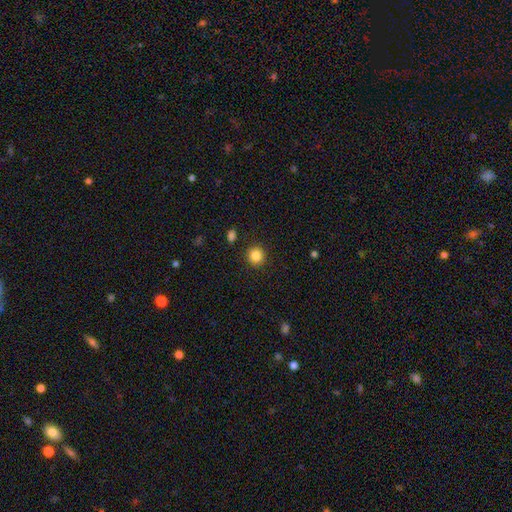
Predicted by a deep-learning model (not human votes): smooth 86%, star or artifact 10%, featured or disk 4%. Down the decision tree: how rounded — round (92%); merging — none (91%).